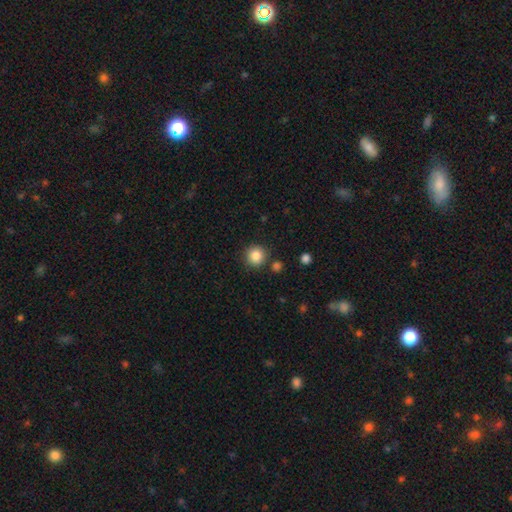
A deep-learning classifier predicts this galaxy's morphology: smooth_or_featured: smooth (p=0.86) [alt: star or artifact p=0.10]
how_rounded: round (p=0.94) [alt: in between p=0.05]
merging: none (p=0.86) [alt: minor disturbance p=0.07]